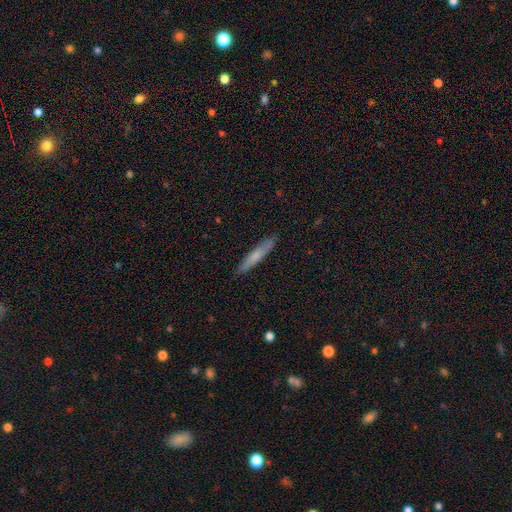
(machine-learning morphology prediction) Smooth or featured? Predicted: smooth (p=0.65). How rounded? Predicted: cigar-shaped (p=0.93). Merging? Predicted: none (p=0.89).